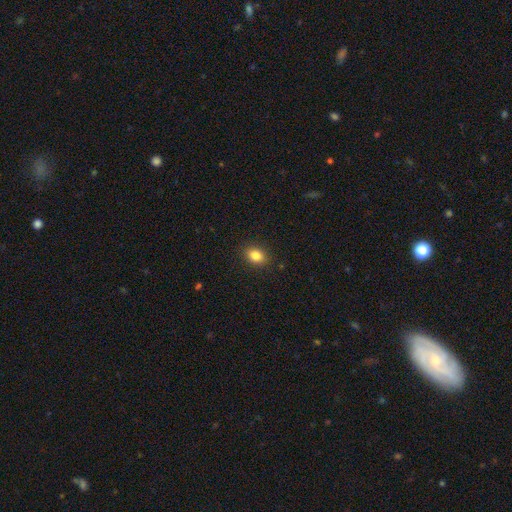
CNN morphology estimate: Smooth or featured? Predicted: smooth (p=0.84). How rounded? Predicted: in between (p=0.72). Merging? Predicted: none (p=0.89).